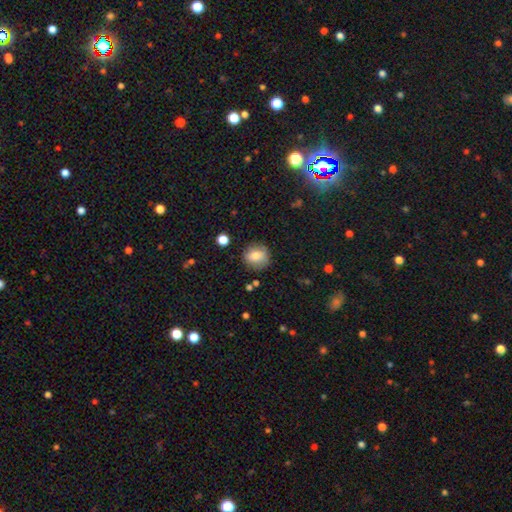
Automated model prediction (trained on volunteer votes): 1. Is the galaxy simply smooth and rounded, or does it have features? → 77% smooth, 13% featured or disk, 9% star or artifact.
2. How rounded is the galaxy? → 86% round, 13% in between, 1% cigar-shaped.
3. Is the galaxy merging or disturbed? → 82% none, 12% minor disturbance, 3% major disturbance, 2% merger.